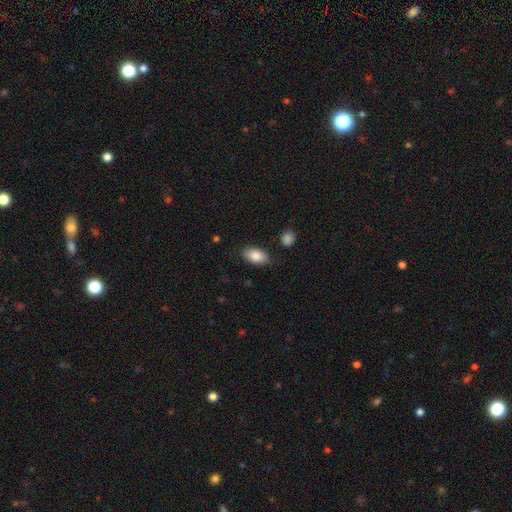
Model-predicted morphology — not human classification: This is clearly a smooth galaxy (84%). How rounded: clearly in between (93%). Merging: clearly none (84%).